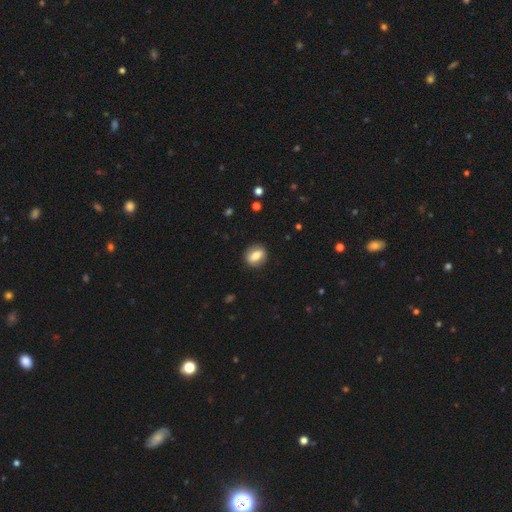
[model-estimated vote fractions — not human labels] smooth_or_featured: smooth (p=0.63) [alt: featured or disk p=0.30]
how_rounded: in between (p=0.52) [alt: round p=0.45]
merging: none (p=0.86) [alt: minor disturbance p=0.10]